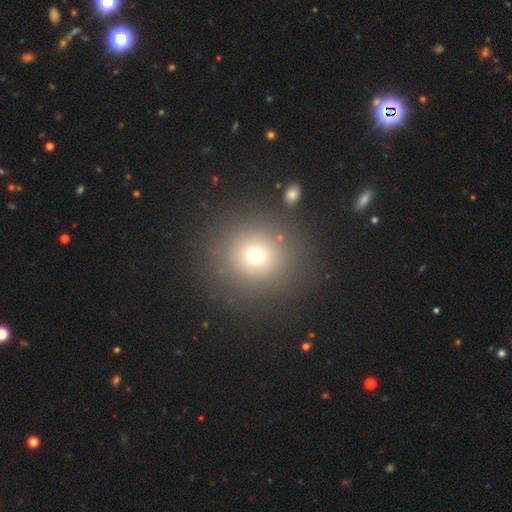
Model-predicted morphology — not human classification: smooth-or-featured: smooth: 69% | star or artifact: 20% | featured or disk: 11%
  how-rounded: round: 93% | in between: 6% | cigar-shaped: 1%
  merging: none: 87% | minor disturbance: 7% | major disturbance: 4% | merger: 3%